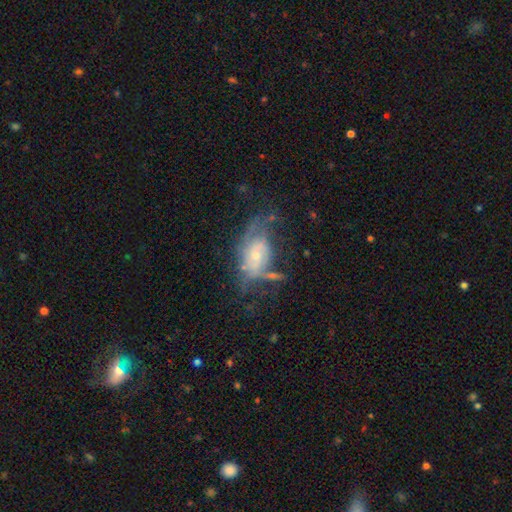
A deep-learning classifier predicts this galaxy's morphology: The model was most divided on "merging": none: 34%, major disturbance: 31%, minor disturbance: 25%, merger: 10%. More confident: edge-on disk — no (92%); bar — no (69%); smooth or featured — featured or disk (63%); spiral arms — yes (62%); bulge size — small (61%).